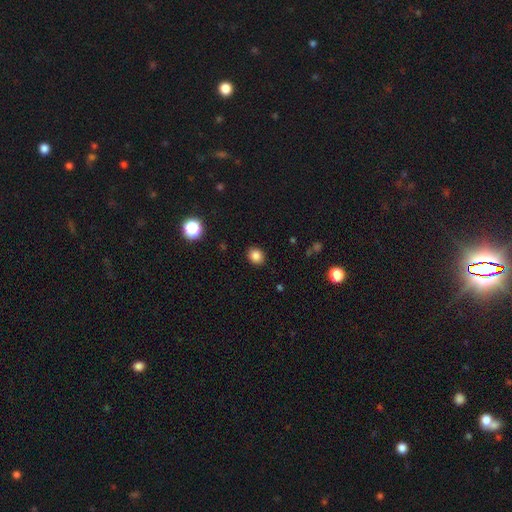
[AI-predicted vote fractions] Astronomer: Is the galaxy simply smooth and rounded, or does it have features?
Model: smooth — 84%.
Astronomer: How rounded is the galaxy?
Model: round — 73%.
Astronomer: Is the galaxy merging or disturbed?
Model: none — 90%.